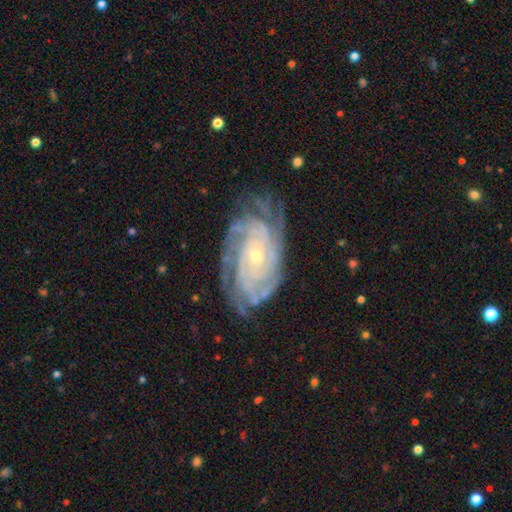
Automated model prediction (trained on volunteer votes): This is clearly a featured or disk galaxy (90%). It is clearly not viewed edge-on (96%). Bar: likely no (70%). Spiral arm pattern: clearly yes (98%). Spiral arm count: marginally 4 (27%). Spiral winding: likely tight (79%). Central bulge: likely small (68%). Merging: likely none (73%).